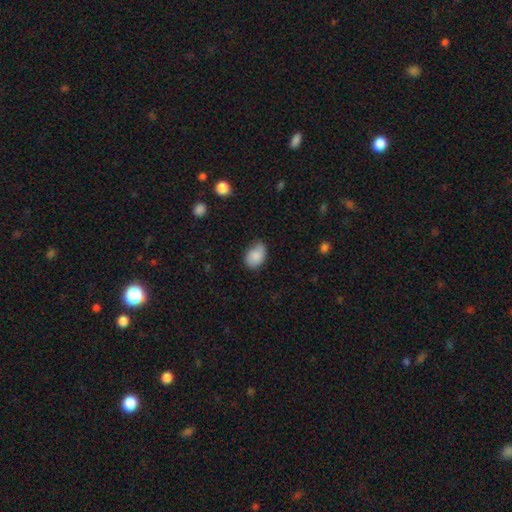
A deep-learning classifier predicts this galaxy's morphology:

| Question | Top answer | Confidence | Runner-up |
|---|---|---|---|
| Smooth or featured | smooth | 85% | featured or disk (8%) |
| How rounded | in between | 82% | round (17%) |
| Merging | none | 60% | minor disturbance (32%) |